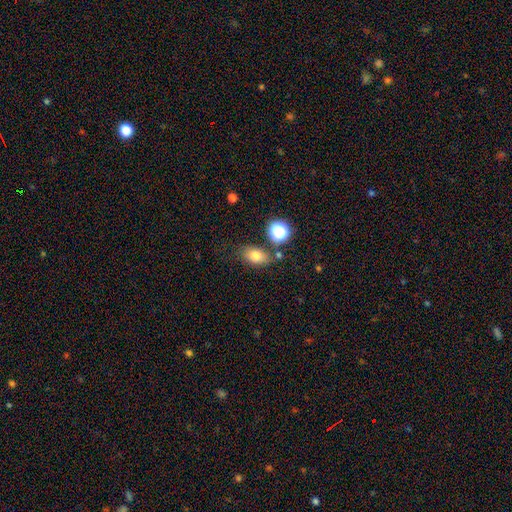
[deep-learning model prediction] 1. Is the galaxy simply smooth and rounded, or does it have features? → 75% smooth, 14% star or artifact, 11% featured or disk.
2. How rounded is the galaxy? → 76% in between, 22% round, 2% cigar-shaped.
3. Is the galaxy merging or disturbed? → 73% none, 14% minor disturbance, 9% merger, 4% major disturbance.